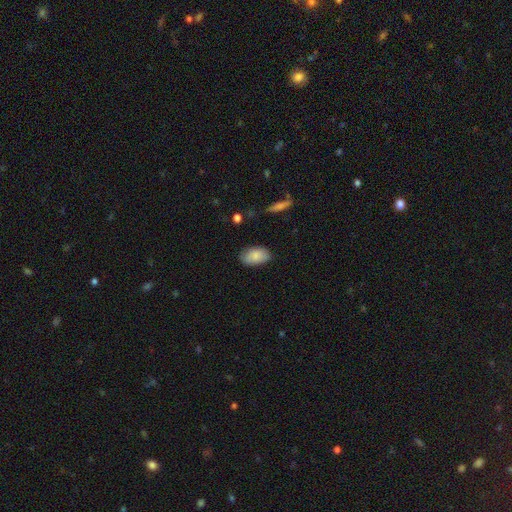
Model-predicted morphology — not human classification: The model was most divided on "merging": none: 80%, minor disturbance: 15%, major disturbance: 3%, merger: 1%. More confident: how rounded — in between (93%); smooth or featured — smooth (86%).